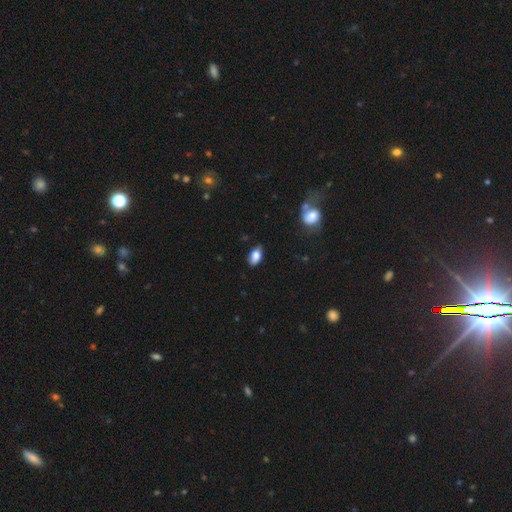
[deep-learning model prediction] smooth-or-featured: smooth: 80% | featured or disk: 12% | star or artifact: 8%
  how-rounded: in between: 90% | round: 6% | cigar-shaped: 4%
  merging: none: 77% | minor disturbance: 18% | major disturbance: 3% | merger: 2%